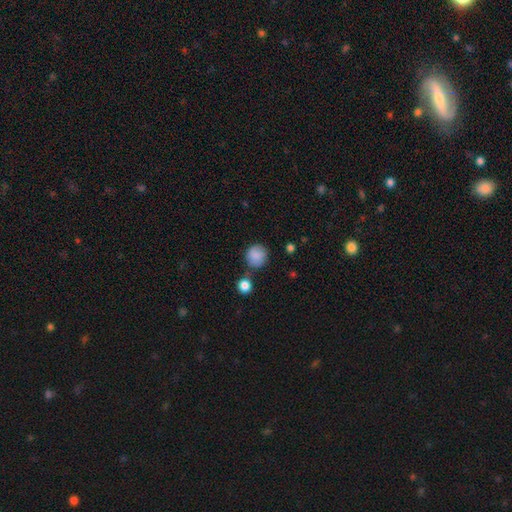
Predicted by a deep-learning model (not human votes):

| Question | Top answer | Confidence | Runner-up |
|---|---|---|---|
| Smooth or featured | smooth | 87% | star or artifact (8%) |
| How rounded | round | 91% | in between (8%) |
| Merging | none | 72% | minor disturbance (15%) |